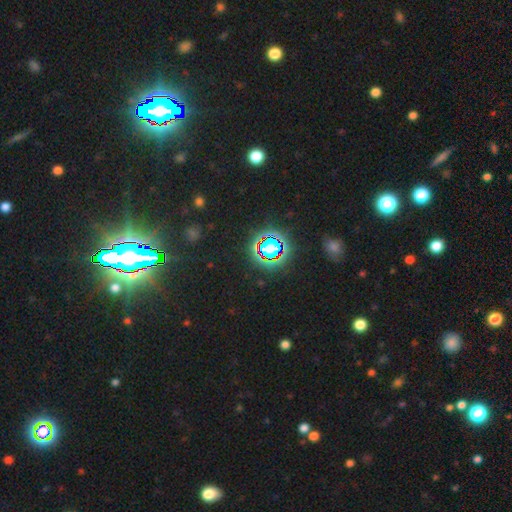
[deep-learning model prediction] Smooth or featured? star or artifact (80%)